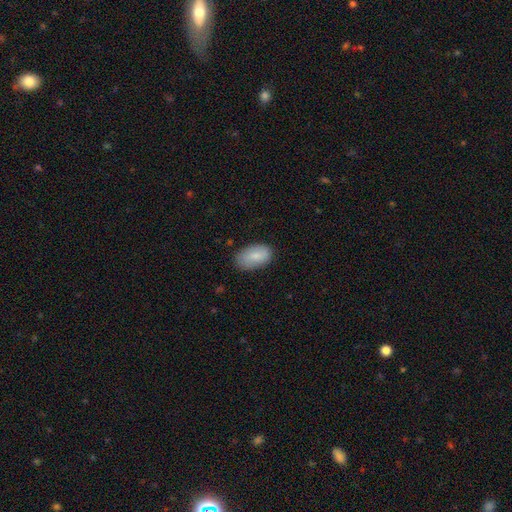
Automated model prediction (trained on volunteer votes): A smooth galaxy with no disk features (84%) that is in between round and cigar-shaped (94%).

Vote fractions:
- Smooth or featured? smooth: 84% / featured or disk: 9% / star or artifact: 6%
- How rounded? in between: 94% / round: 4% / cigar-shaped: 2%
- Merging? none: 79% / minor disturbance: 17% / major disturbance: 3% / merger: 1%